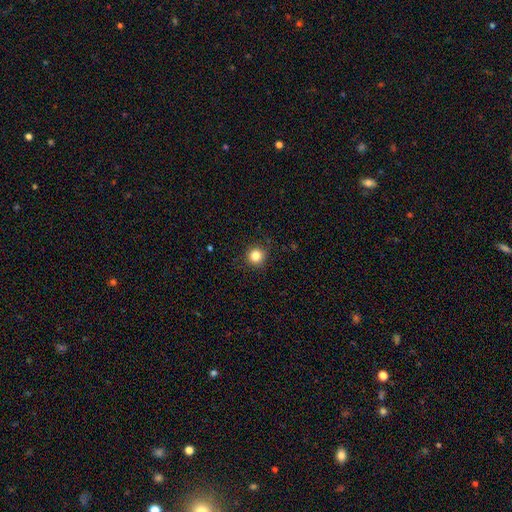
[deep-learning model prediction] This is clearly a smooth galaxy (84%). How rounded: clearly round (94%). Merging: clearly none (90%).